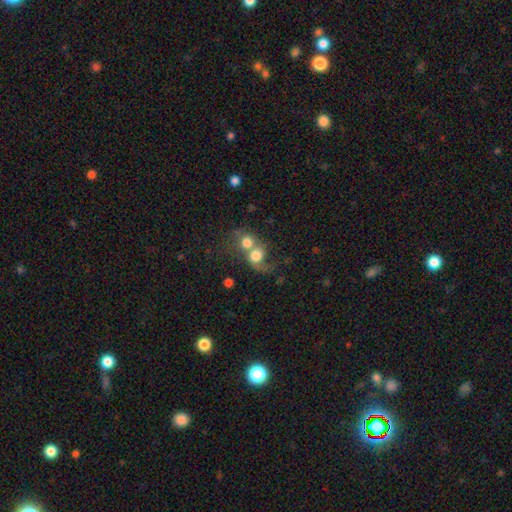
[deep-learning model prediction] This appears to be a smooth galaxy with no disk features (64%) that is round (71%). Merging: merger (72%).